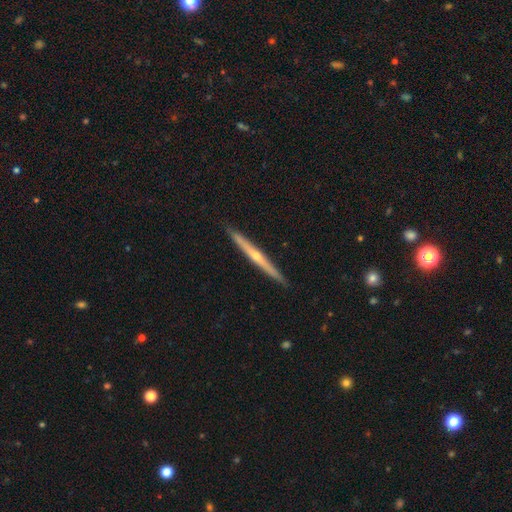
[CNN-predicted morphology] This appears to be a featured or disk galaxy (75%) viewed edge-on (98%) with a rounded central bulge (74%). Merging: none (92%).